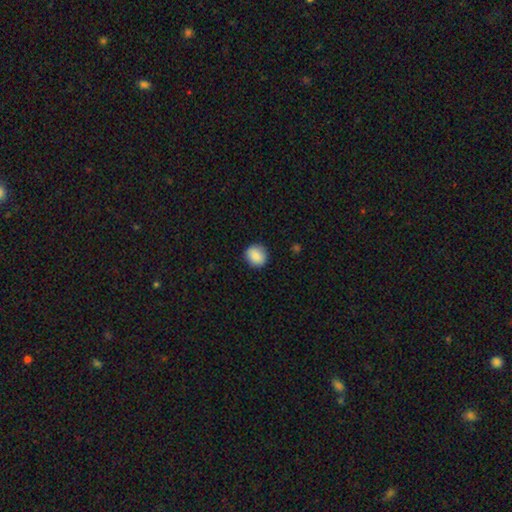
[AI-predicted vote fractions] The model was most divided on "how rounded": round: 80%, in between: 19%, cigar-shaped: 1%. More confident: smooth or featured — smooth (88%); merging — none (88%).